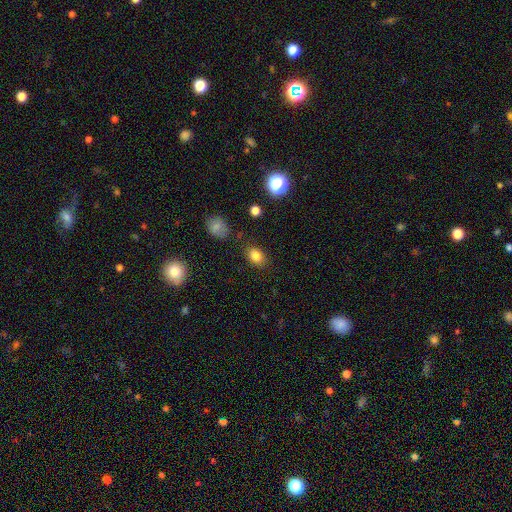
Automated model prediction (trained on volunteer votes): A smooth galaxy with no disk features (82%) that is in between round and cigar-shaped (70%).

Vote fractions:
- Smooth or featured? smooth: 82% / star or artifact: 11% / featured or disk: 7%
- How rounded? in between: 70% / round: 28% / cigar-shaped: 1%
- Merging? none: 82% / minor disturbance: 12% / major disturbance: 3% / merger: 3%